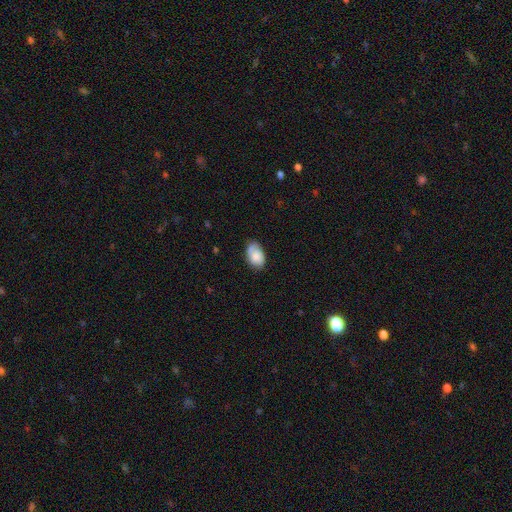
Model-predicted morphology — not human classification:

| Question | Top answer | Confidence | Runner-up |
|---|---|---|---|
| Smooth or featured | smooth | 71% | featured or disk (22%) |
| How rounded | in between | 90% | round (9%) |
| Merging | none | 60% | minor disturbance (29%) |